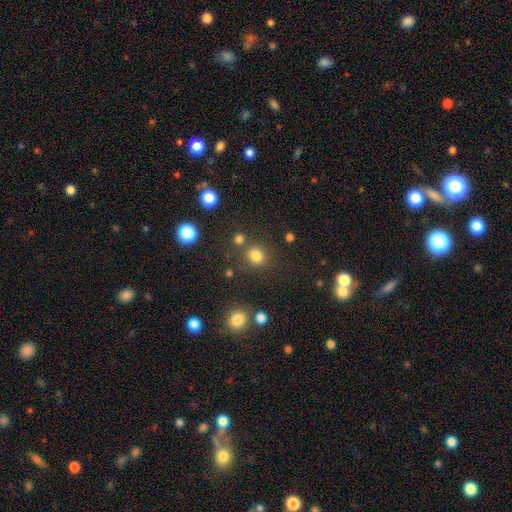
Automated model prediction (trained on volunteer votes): Smooth or featured: smooth — 79% (star or artifact — 15%)
How rounded: round — 81% (in between — 18%)
Merging: none — 76% (merger — 10%)